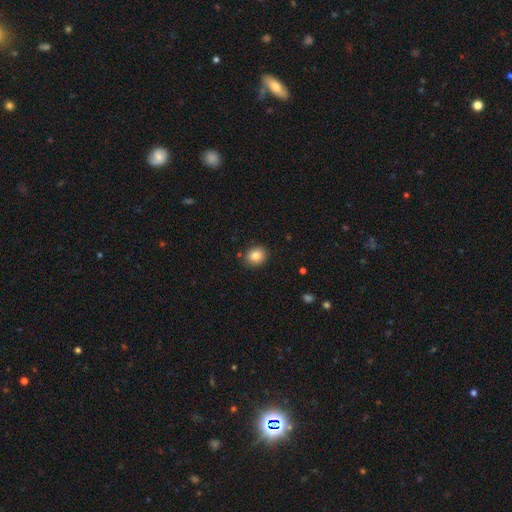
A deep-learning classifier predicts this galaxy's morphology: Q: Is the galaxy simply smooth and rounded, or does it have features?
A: smooth — 84%.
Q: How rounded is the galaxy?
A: round — 72%.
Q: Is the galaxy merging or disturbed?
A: none — 87%.